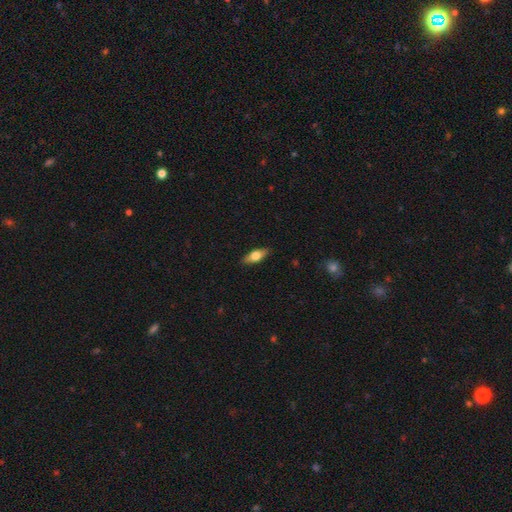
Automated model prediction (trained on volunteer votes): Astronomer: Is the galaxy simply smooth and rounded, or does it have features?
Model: smooth — 61%.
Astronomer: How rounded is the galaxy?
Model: in between — 69%.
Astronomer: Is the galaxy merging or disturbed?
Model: none — 88%.